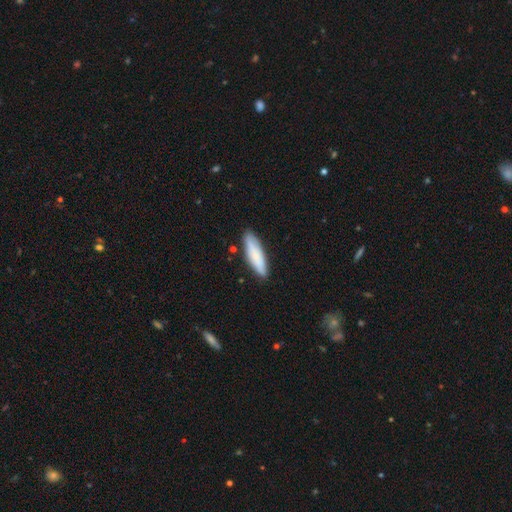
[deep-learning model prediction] This is clearly a smooth galaxy (80%). How rounded: likely cigar-shaped (64%). Merging: clearly none (86%).